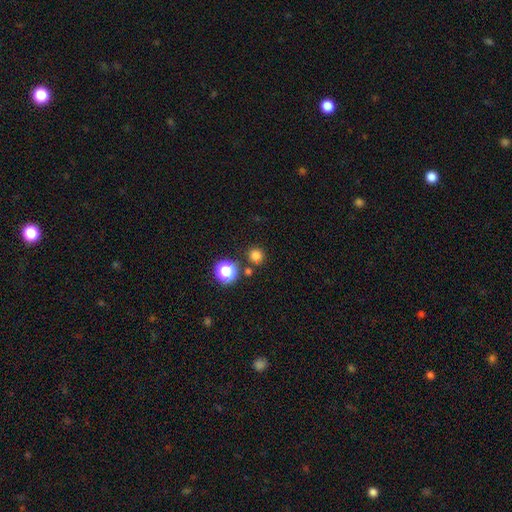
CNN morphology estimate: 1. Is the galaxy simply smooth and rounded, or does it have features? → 77% smooth, 19% star or artifact, 5% featured or disk.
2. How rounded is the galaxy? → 92% round, 7% in between, 1% cigar-shaped.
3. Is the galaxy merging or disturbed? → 79% none, 9% merger, 8% minor disturbance, 3% major disturbance.